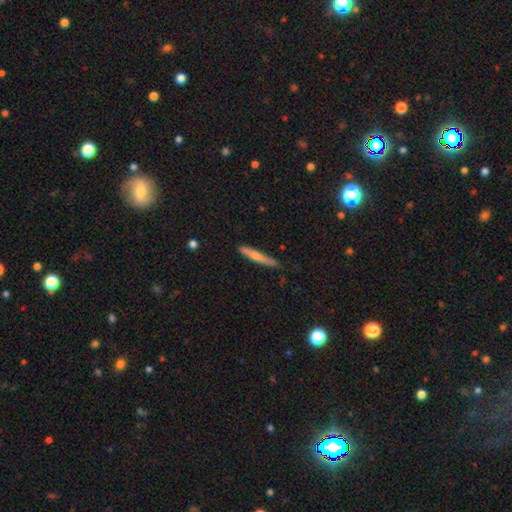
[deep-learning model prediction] smooth-or-featured: featured or disk: 53% | smooth: 35% | star or artifact: 11%
  disk-edge-on: yes: 92% | no: 8%
  merging: none: 86% | minor disturbance: 10% | major disturbance: 2% | merger: 2%